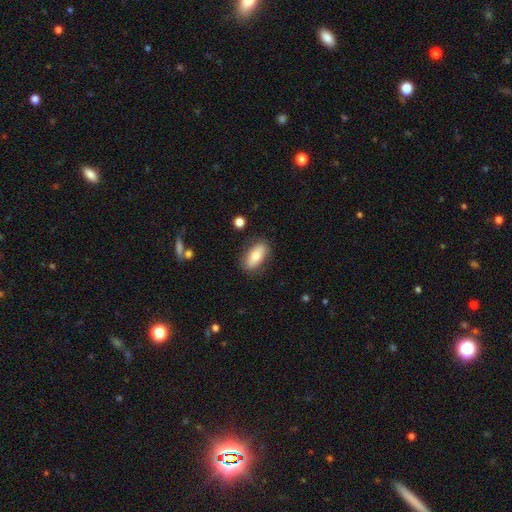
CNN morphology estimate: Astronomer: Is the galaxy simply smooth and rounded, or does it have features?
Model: smooth — 75%.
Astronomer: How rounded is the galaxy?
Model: in between — 85%.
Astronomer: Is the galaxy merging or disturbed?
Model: none — 83%.